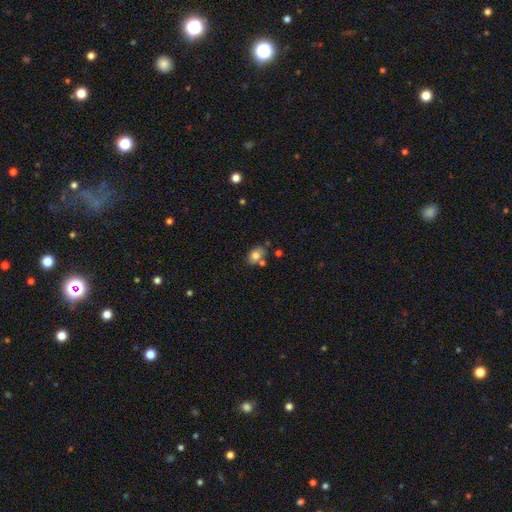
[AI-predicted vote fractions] Smooth or featured? Predicted: smooth (p=0.75). How rounded? Predicted: in between (p=0.75). Merging? Predicted: none (p=0.62).